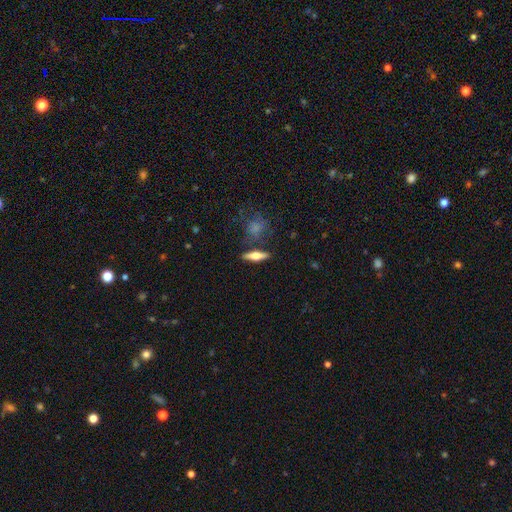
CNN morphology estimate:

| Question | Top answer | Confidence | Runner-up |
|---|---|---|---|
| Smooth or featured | smooth | 50% | featured or disk (43%) |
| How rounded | cigar-shaped | 60% | in between (36%) |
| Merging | none | 81% | minor disturbance (11%) |